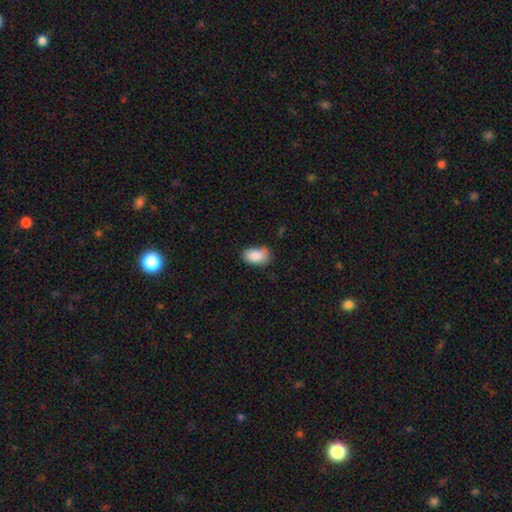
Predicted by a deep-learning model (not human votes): A smooth galaxy with no disk features (89%) that is in between round and cigar-shaped (93%). Merging: none (74%).